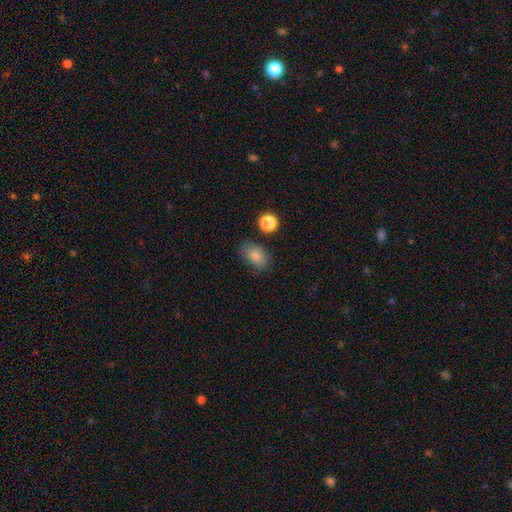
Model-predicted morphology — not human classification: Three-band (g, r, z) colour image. It shows a smooth galaxy with no disk features (82%) that is in between round and cigar-shaped (85%). Merging: none (73%).